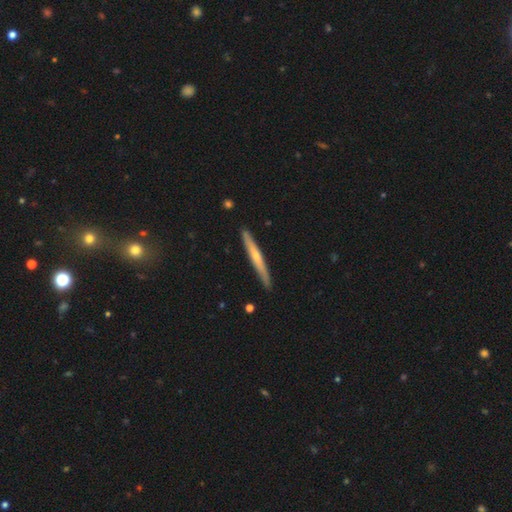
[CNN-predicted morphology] smooth_or_featured: featured or disk (p=0.54) [alt: smooth p=0.41]
disk_edge_on: yes (p=0.95) [alt: no p=0.05]
edge_on_bulge: rounded (p=0.55) [alt: none p=0.41]
merging: none (p=0.87) [alt: minor disturbance p=0.10]